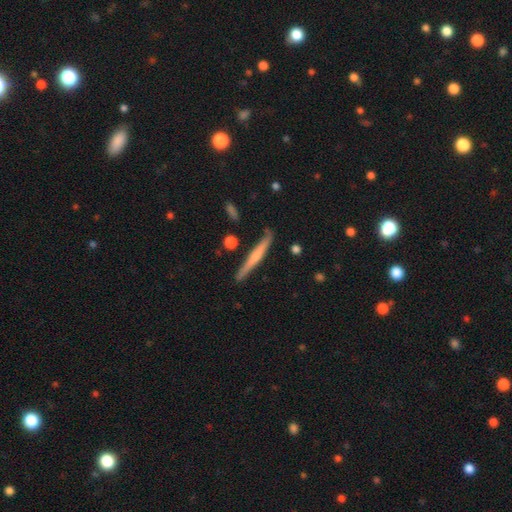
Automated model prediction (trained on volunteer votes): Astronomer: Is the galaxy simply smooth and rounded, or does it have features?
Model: featured or disk — 51% (runner-up: smooth, 44%).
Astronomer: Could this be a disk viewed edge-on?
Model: yes — 96%.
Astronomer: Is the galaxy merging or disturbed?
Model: none — 85%.